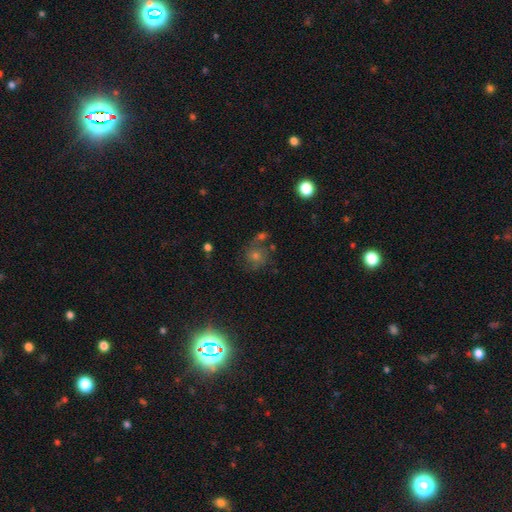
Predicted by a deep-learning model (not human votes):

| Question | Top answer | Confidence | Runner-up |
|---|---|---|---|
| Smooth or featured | star or artifact | 35% | featured or disk (33%) |